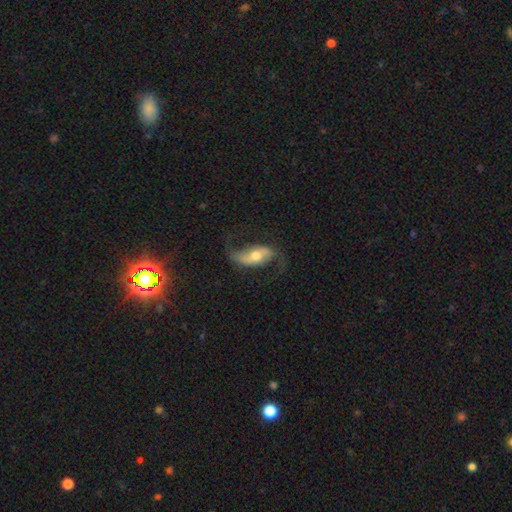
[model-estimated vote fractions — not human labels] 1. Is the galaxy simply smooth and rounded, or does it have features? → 76% featured or disk, 17% smooth, 7% star or artifact.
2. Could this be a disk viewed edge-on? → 91% no, 9% yes.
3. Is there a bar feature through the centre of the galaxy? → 37% no, 32% strong, 32% weak.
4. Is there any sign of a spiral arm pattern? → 92% yes, 8% no.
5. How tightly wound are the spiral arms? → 77% loose, 18% medium, 5% tight.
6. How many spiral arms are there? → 91% 2, 3% 1, 3% can't tell, 1% 3, 1% 4, 1% more than 4.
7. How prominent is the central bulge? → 65% moderate, 25% small, 7% large, 2% none, 2% dominant.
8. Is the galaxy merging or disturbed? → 70% none, 16% minor disturbance, 12% major disturbance, 2% merger.